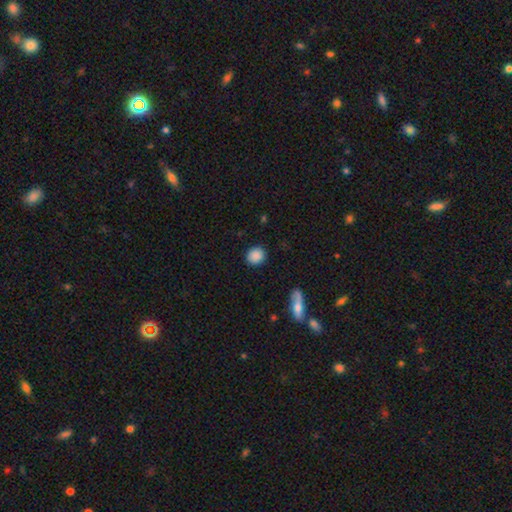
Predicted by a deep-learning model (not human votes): smooth_or_featured: smooth (p=0.88) [alt: star or artifact p=0.08]
how_rounded: round (p=0.80) [alt: in between p=0.18]
merging: none (p=0.88) [alt: minor disturbance p=0.08]